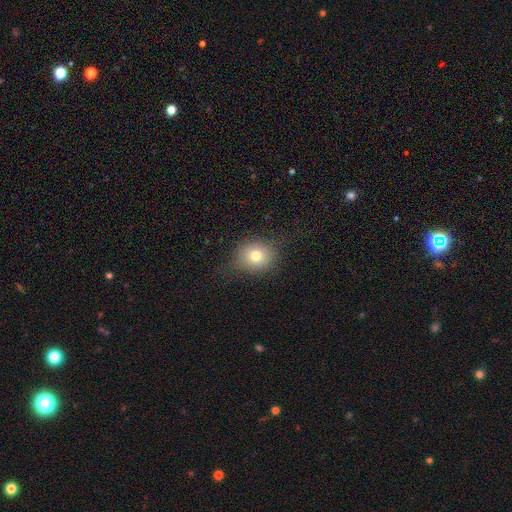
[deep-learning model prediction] Q: Smooth or featured?
A: smooth (74%); runner-up: star or artifact (13%)
Q: How rounded?
A: round (71%); runner-up: in between (28%)
Q: Merging?
A: none (76%); runner-up: minor disturbance (16%)